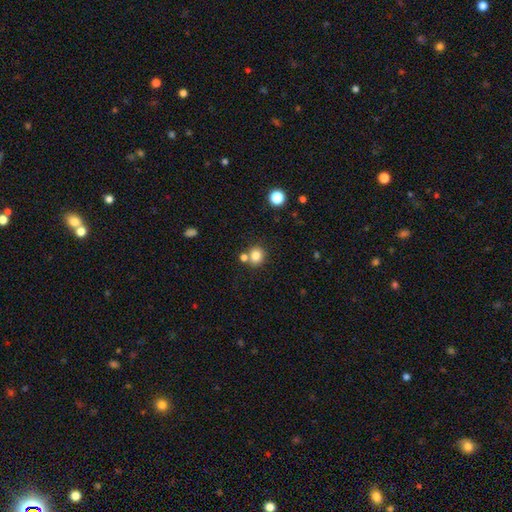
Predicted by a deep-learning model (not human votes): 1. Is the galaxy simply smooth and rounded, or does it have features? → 82% smooth, 11% star or artifact, 6% featured or disk.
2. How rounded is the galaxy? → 84% round, 15% in between, 1% cigar-shaped.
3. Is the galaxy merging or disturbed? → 67% none, 21% merger, 9% minor disturbance, 3% major disturbance.